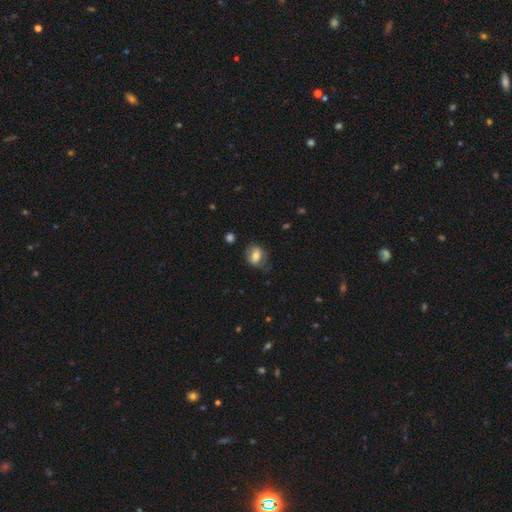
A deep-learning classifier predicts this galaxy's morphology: The model was most divided on "how rounded": in between: 66%, round: 32%, cigar-shaped: 2%. More confident: smooth or featured — smooth (65%); merging — none (63%).